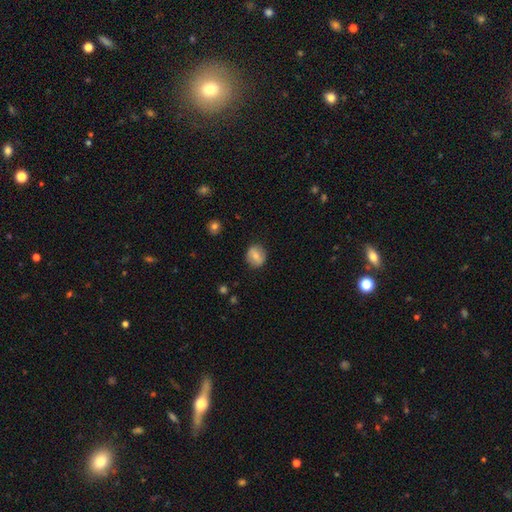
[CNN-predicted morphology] Smooth or featured?
  - smooth: 64% *
  - featured or disk: 28%
  - star or artifact: 8%
How rounded?
  - round: 80% *
  - in between: 19%
  - cigar-shaped: 1%
Merging?
  - none: 85% *
  - minor disturbance: 11%
  - major disturbance: 3%
  - merger: 1%